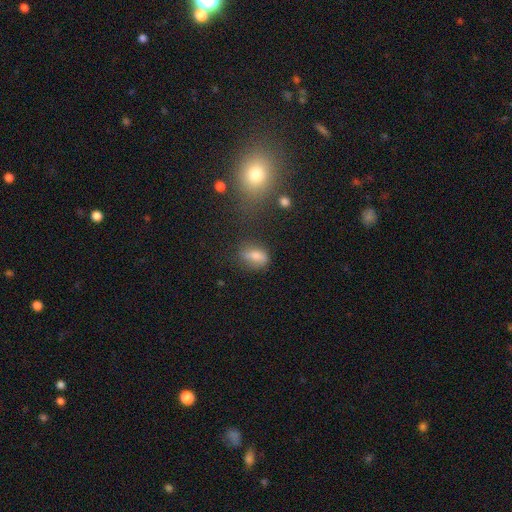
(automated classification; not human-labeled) Smooth or featured? smooth (68%)
How rounded? in between (75%)
Merging? none (65%)